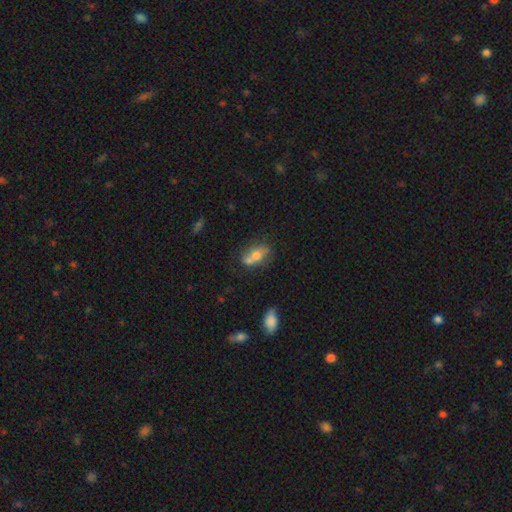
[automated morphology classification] A smooth galaxy with no disk features (61%) that is in between round and cigar-shaped (74%).

Vote fractions:
- Smooth or featured? smooth: 61% / featured or disk: 29% / star or artifact: 10%
- How rounded? in between: 74% / round: 17% / cigar-shaped: 9%
- Merging? none: 43% / merger: 35% / minor disturbance: 15% / major disturbance: 6%